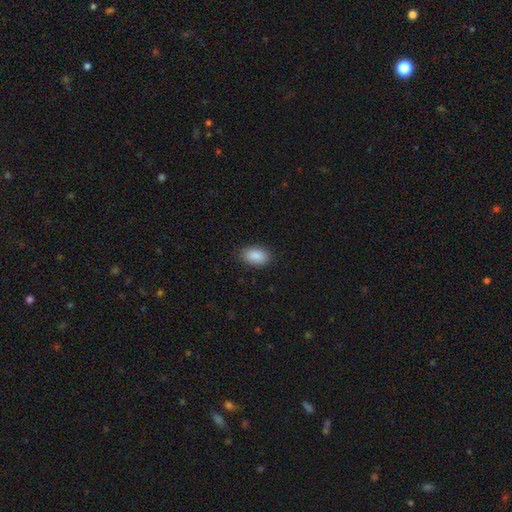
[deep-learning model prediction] Smooth or featured?
  - smooth: 89% *
  - star or artifact: 7%
  - featured or disk: 4%
How rounded?
  - in between: 92% *
  - round: 6%
  - cigar-shaped: 2%
Merging?
  - none: 88% *
  - minor disturbance: 9%
  - major disturbance: 2%
  - merger: 1%